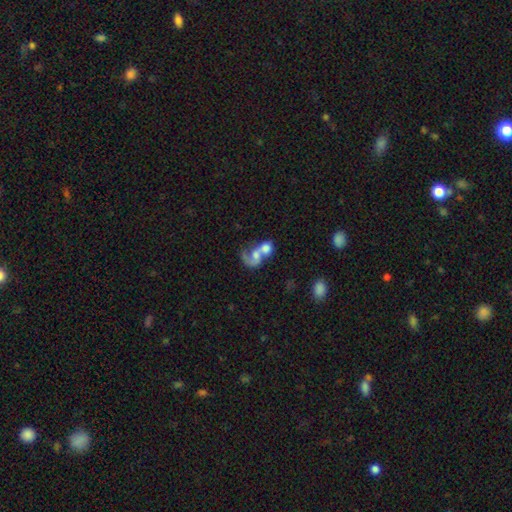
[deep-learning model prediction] Smooth or featured? featured or disk (52%)
Edge-on disk? no (97%)
Bar? no (72%)
Spiral arms? yes (73%)
Bulge size? moderate (35%)
Merging? merger (75%)